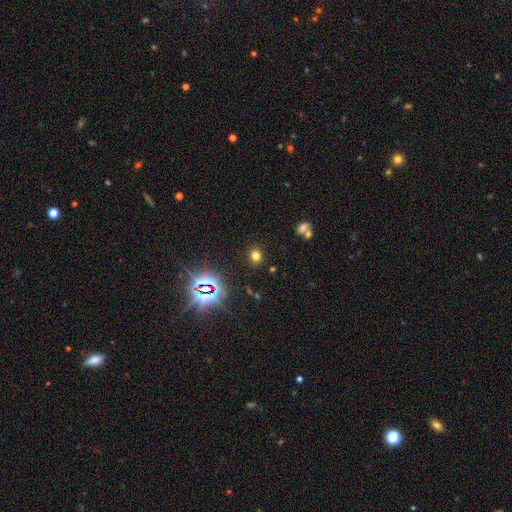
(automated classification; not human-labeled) This is likely a smooth galaxy (69%). How rounded: likely round (76%). Merging: clearly none (88%).